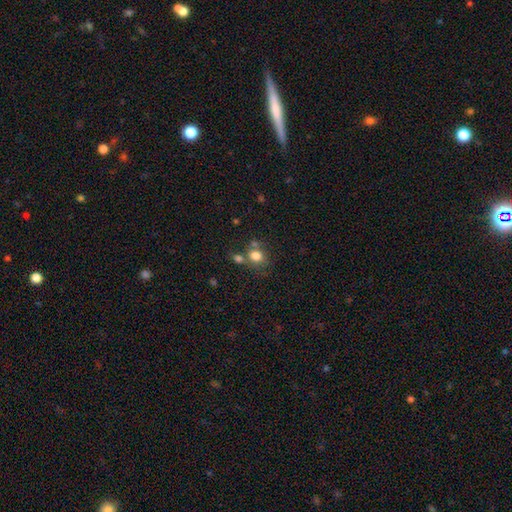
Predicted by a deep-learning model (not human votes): This appears to be a smooth galaxy with no disk features (79%) that is round (68%). Merging: none (51%).